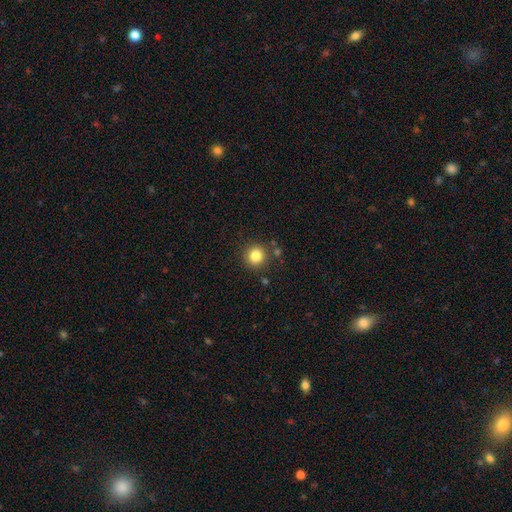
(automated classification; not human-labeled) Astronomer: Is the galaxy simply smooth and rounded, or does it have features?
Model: smooth — 83%.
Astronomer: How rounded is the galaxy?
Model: round — 93%.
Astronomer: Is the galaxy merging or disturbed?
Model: none — 85%.